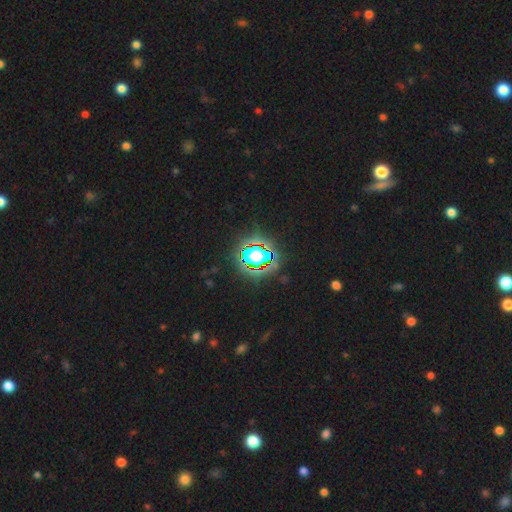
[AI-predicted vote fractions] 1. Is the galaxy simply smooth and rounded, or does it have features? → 62% star or artifact, 24% smooth, 14% featured or disk.